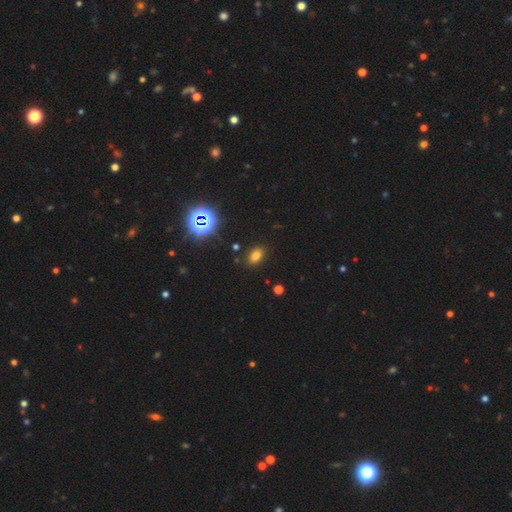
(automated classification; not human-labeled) smooth 72%, star or artifact 21%, featured or disk 7%. Down the decision tree: how rounded — in between (85%); merging — none (86%).